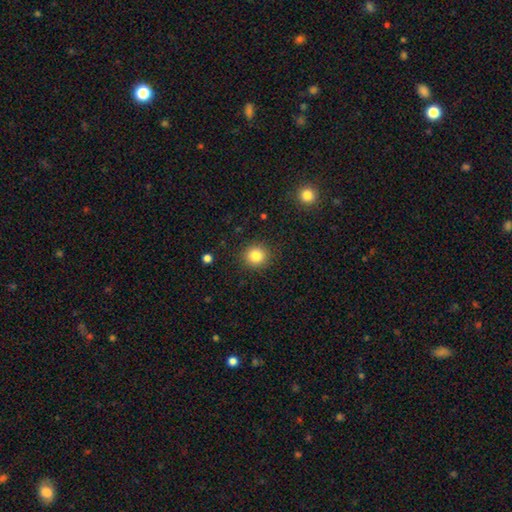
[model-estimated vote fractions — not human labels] smooth 83%, star or artifact 11%, featured or disk 6%. Down the decision tree: how rounded — round (89%); merging — none (89%).